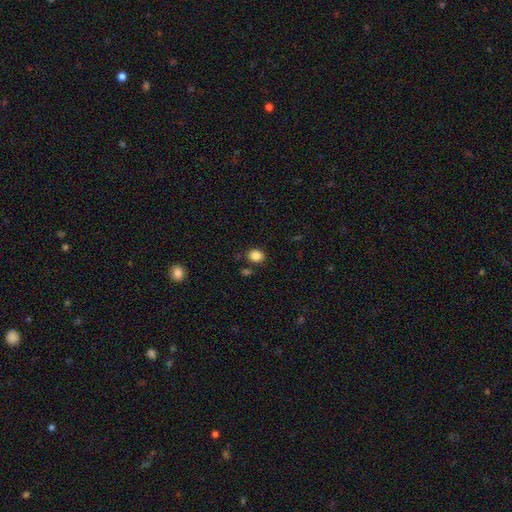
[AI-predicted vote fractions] Overall: smooth (86%). How rounded: round (64%; in between 35%). Merging: none (80%).